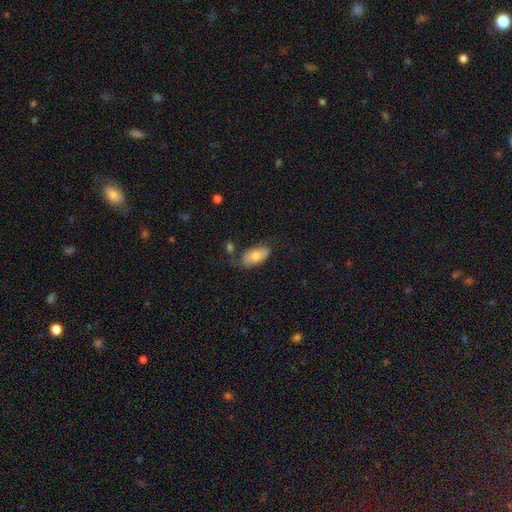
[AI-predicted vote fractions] This appears to be a smooth galaxy with no disk features (74%) that is in between round and cigar-shaped (92%). Merging: none (64%).